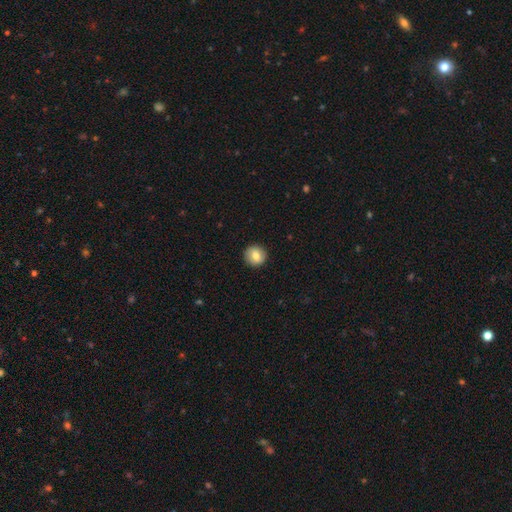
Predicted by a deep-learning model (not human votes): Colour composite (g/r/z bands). It shows a smooth galaxy with no disk features (79%) that is round (94%). Merging: none (91%).